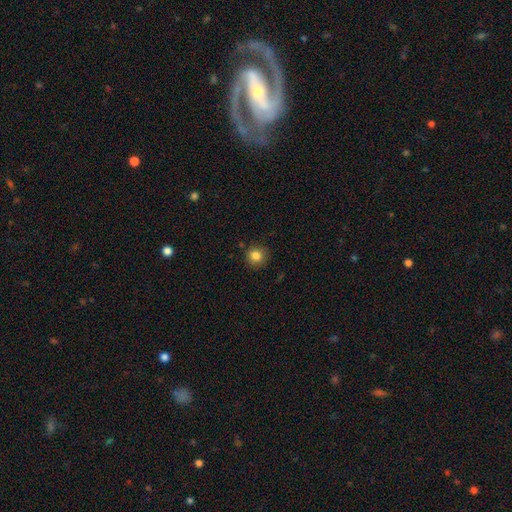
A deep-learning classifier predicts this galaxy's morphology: smooth-or-featured: smooth: 84% | star or artifact: 11% | featured or disk: 5%
  how-rounded: round: 92% | in between: 7% | cigar-shaped: 1%
  merging: none: 88% | minor disturbance: 8% | major disturbance: 2% | merger: 2%